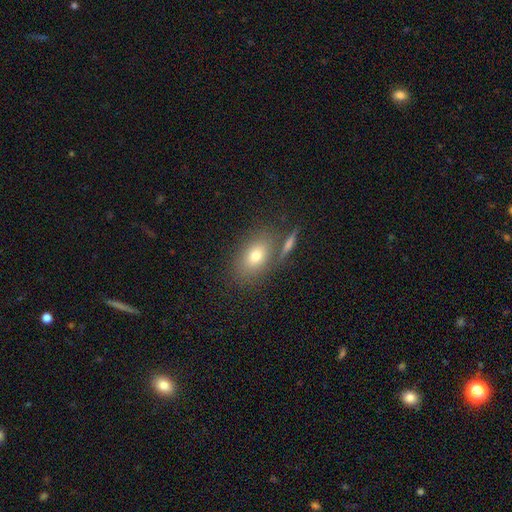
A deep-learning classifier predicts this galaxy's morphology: Smooth or featured? smooth (73%)
How rounded? in between (79%)
Merging? none (69%)